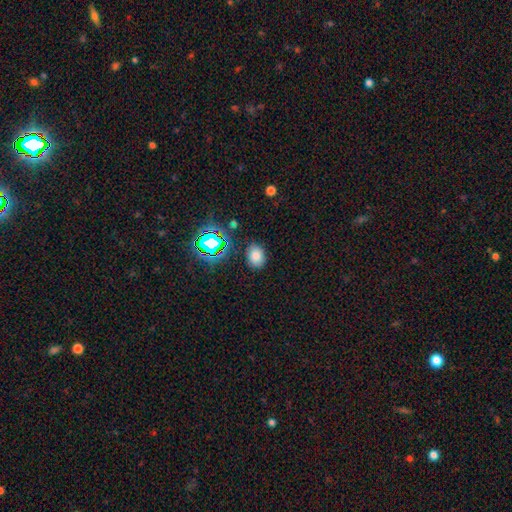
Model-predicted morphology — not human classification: Smooth or featured: smooth — 73% (star or artifact — 20%)
How rounded: in between — 65% (round — 34%)
Merging: none — 83% (minor disturbance — 11%)